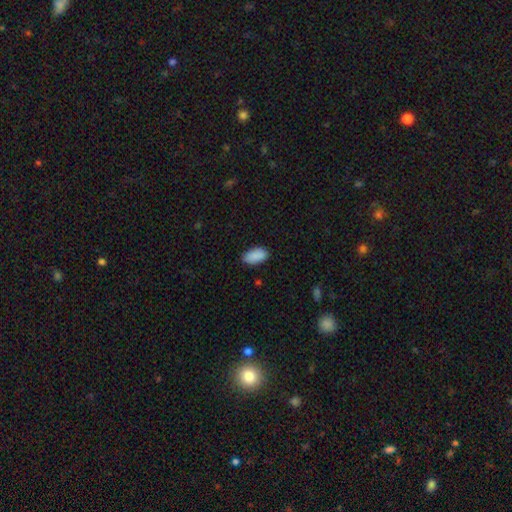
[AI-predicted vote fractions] smooth_or_featured: smooth (p=0.90) [alt: star or artifact p=0.07]
how_rounded: in between (p=0.94) [alt: cigar-shaped p=0.03]
merging: none (p=0.85) [alt: minor disturbance p=0.11]